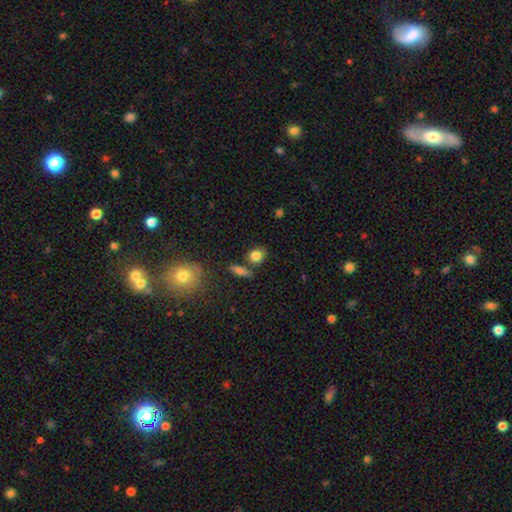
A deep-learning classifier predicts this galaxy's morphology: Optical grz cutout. It shows a smooth galaxy with no disk features (83%) that is round (66%). Merging: none (69%).